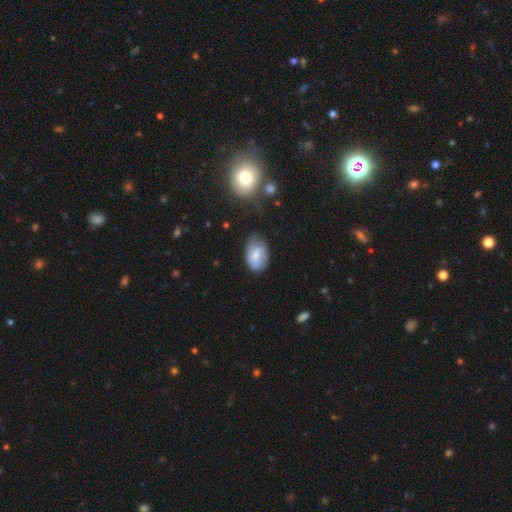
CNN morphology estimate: Smooth or featured: smooth — 57% (featured or disk — 36%)
How rounded: in between — 88% (round — 11%)
Merging: none — 61% (minor disturbance — 29%)